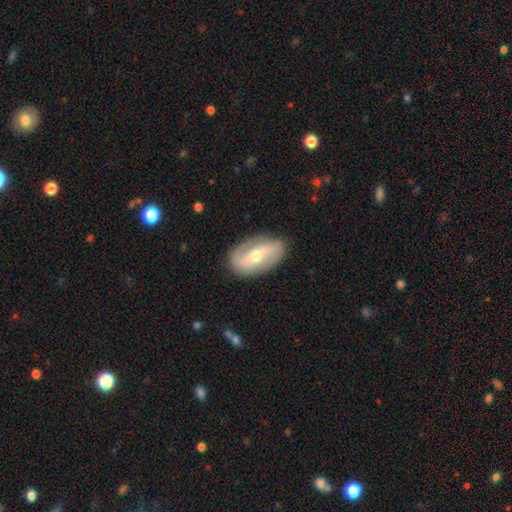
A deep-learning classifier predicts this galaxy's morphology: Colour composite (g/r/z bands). It shows a featured or disk galaxy (74%) with a strong bar (36%), 2 (88%) loose (54%) spiral arms (83%) and a moderate central bulge (50%). Merging: none (84%).